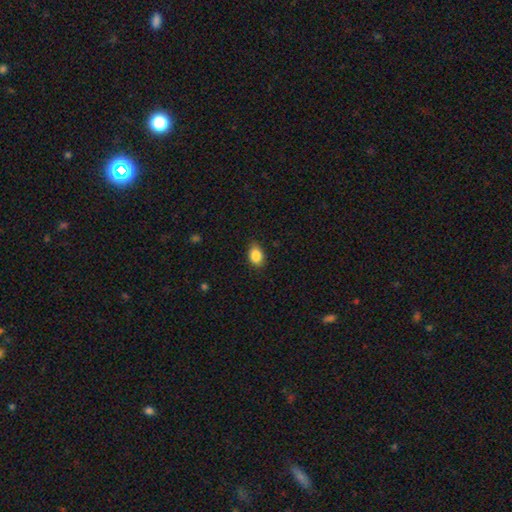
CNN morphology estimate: The model was most divided on "how rounded": in between: 81%, round: 17%, cigar-shaped: 1%. More confident: smooth or featured — smooth (87%); merging — none (82%).